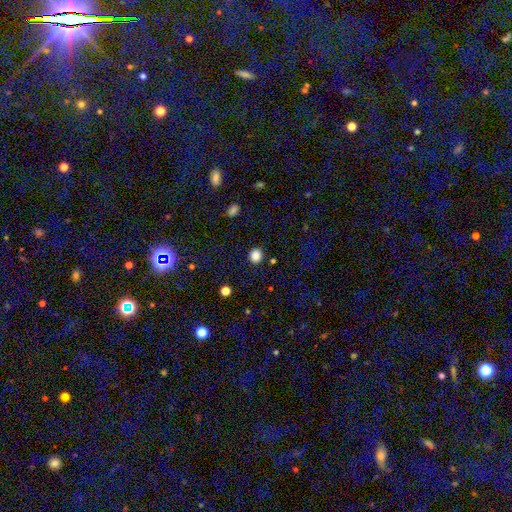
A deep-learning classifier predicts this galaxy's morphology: Smooth or featured? Predicted: smooth (p=0.86). How rounded? Predicted: round (p=0.79). Merging? Predicted: none (p=0.91).